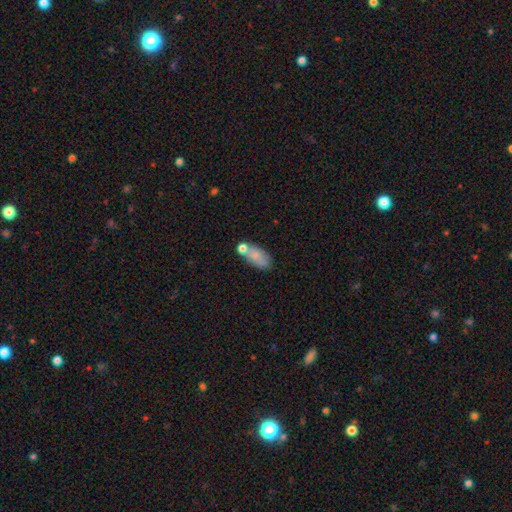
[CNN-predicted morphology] This is likely a smooth galaxy (72%). How rounded: clearly in between (85%). Merging: possibly none (47%).